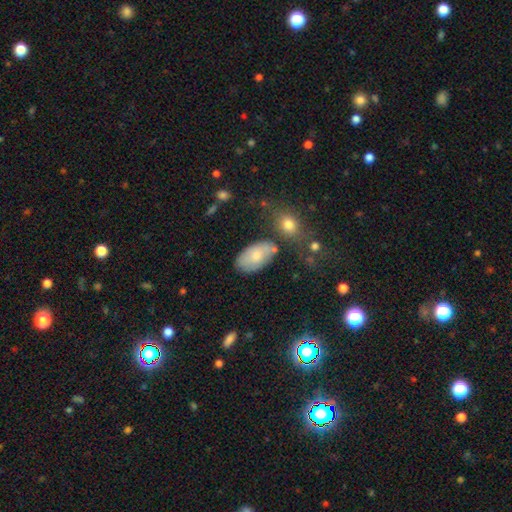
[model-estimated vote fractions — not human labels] smooth_or_featured: smooth (p=0.74) [alt: featured or disk p=0.19]
how_rounded: in between (p=0.94) [alt: round p=0.04]
merging: none (p=0.65) [alt: minor disturbance p=0.21]